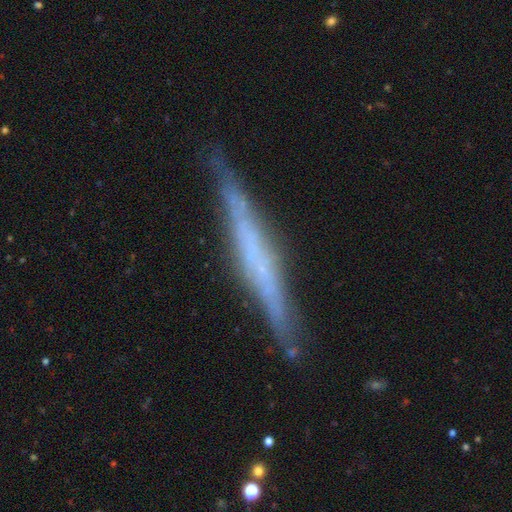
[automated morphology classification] type=featured or disk (69%); edge-on=yes (96%); edge-on bulge=none (70%); merging=none (84%).